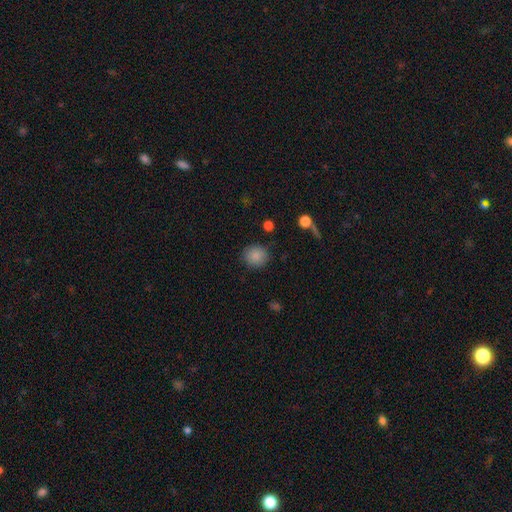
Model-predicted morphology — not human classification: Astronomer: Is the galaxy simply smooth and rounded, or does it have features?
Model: smooth — 86%.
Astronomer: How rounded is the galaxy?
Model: round — 82%.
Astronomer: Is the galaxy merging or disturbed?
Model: none — 87%.